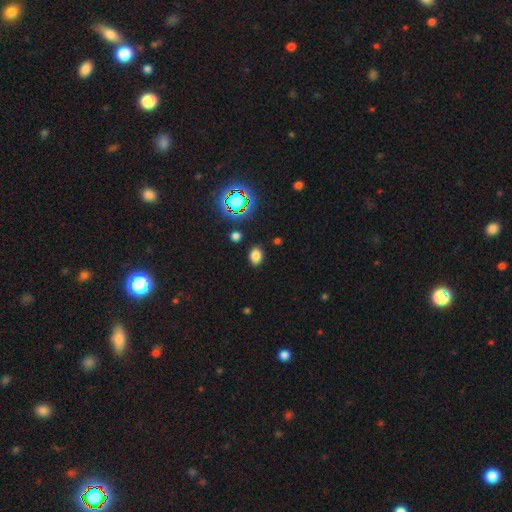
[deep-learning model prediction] The model was most divided on "how rounded": in between: 64%, round: 35%, cigar-shaped: 1%. More confident: merging — none (87%); smooth or featured — smooth (78%).